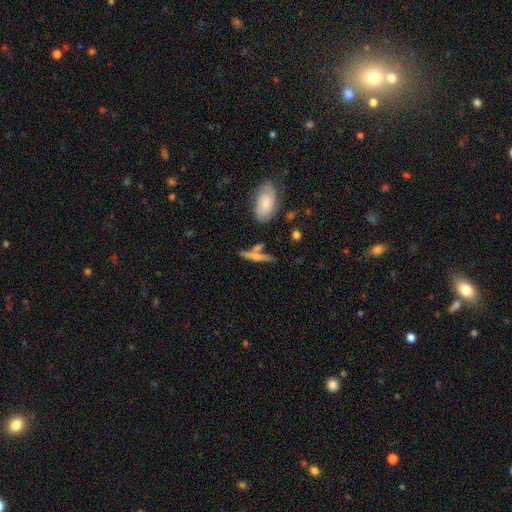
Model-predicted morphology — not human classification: The model was most divided on "smooth or featured": featured or disk: 48%, smooth: 44%, star or artifact: 9%. More confident: merging — none (58%).